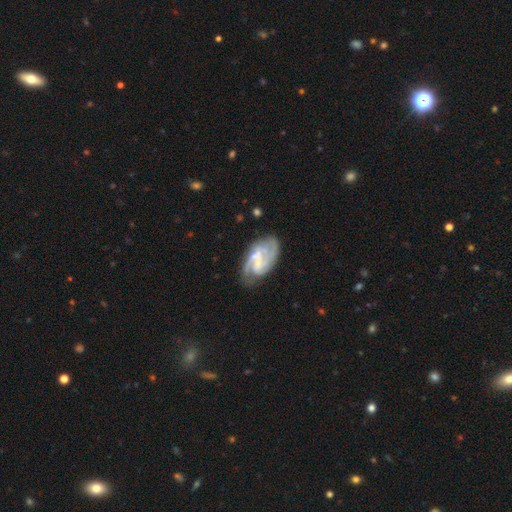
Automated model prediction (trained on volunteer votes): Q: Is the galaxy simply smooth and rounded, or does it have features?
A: featured or disk — 79%.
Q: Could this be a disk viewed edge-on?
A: no — 97%.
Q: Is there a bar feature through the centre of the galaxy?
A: weak — 47%.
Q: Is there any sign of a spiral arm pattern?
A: yes — 90%.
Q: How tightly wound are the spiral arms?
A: medium — 45%.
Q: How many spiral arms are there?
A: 2 — 51%.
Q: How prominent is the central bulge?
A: small — 44%.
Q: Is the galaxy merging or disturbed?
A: none — 58%.